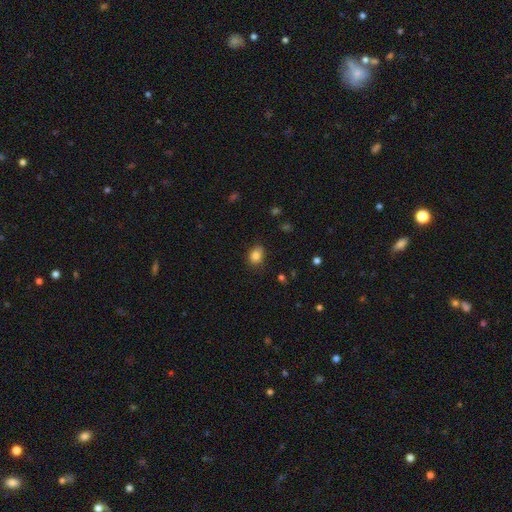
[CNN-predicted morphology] A smooth galaxy with no disk features (84%) that is in between round and cigar-shaped (56%). Merging: none (72%).